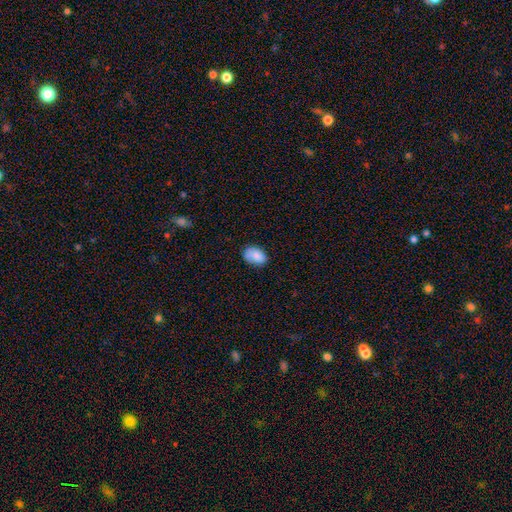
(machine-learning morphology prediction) A smooth galaxy with no disk features (83%) that is in between round and cigar-shaped (87%).

Vote fractions:
- Smooth or featured? smooth: 83% / featured or disk: 9% / star or artifact: 7%
- How rounded? in between: 87% / round: 12% / cigar-shaped: 1%
- Merging? none: 69% / minor disturbance: 24% / major disturbance: 5% / merger: 1%